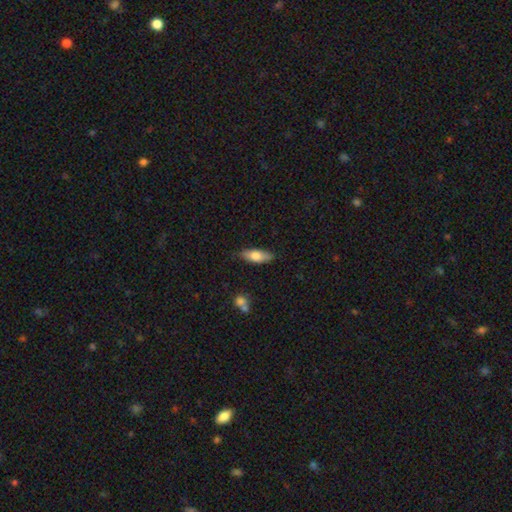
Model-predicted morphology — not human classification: Smooth or featured?
  - smooth: 73% *
  - featured or disk: 21%
  - star or artifact: 6%
How rounded?
  - in between: 67% *
  - cigar-shaped: 30%
  - round: 2%
Merging?
  - none: 80% *
  - minor disturbance: 16%
  - major disturbance: 3%
  - merger: 2%